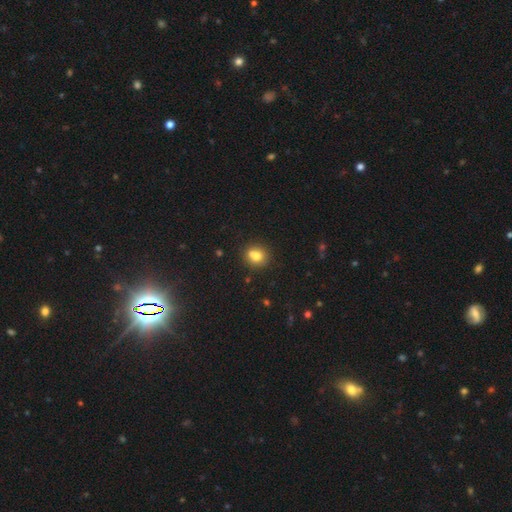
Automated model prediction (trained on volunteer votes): smooth 75%, featured or disk 14%, star or artifact 12%. Down the decision tree: how rounded — round (72%); merging — none (55%).